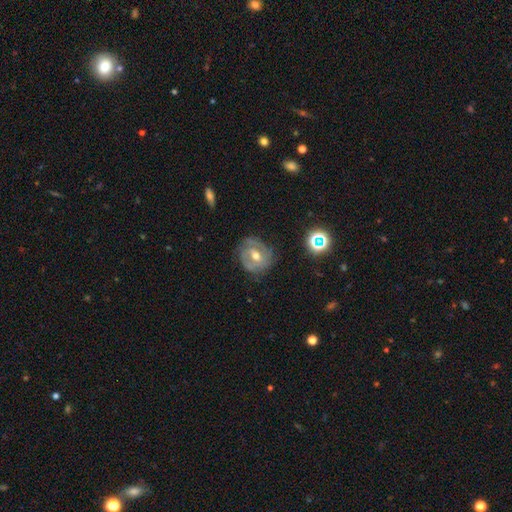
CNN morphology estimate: A featured or disk galaxy (72%) with a weak bar (47%), 2 (36%) tight (57%) spiral arms (82%) and a moderate central bulge (75%). Merging: none (70%).